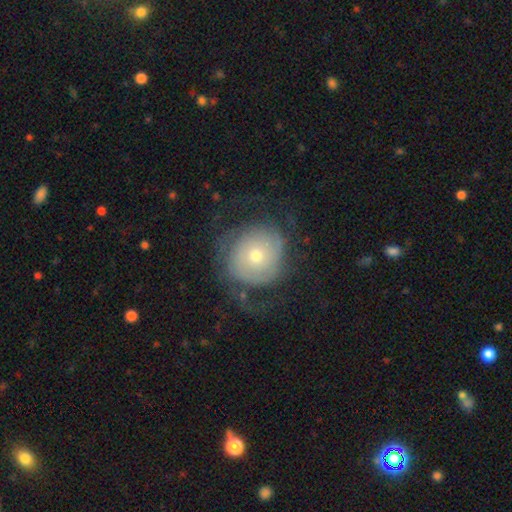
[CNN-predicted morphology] Smooth or featured: featured or disk — 63% (smooth — 29%)
Edge-on disk: no — 97% (yes — 3%)
Bar: no — 83% (weak — 13%)
Spiral arms: yes — 79% (no — 21%)
Bulge size: small — 58% (moderate — 37%)
Merging: none — 62% (major disturbance — 20%)